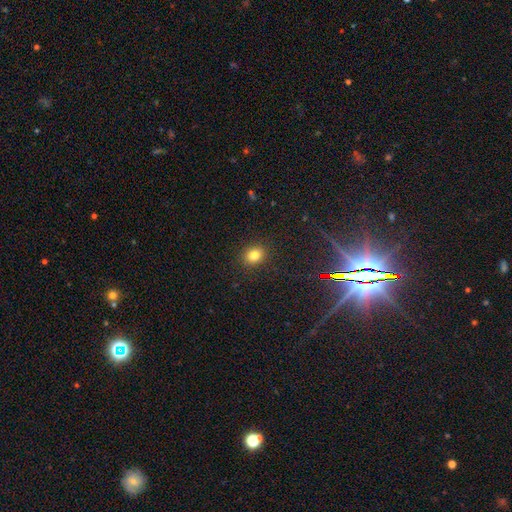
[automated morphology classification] Q: Smooth or featured?
A: smooth (78%); runner-up: star or artifact (15%)
Q: How rounded?
A: round (65%); runner-up: in between (34%)
Q: Merging?
A: none (90%); runner-up: minor disturbance (7%)